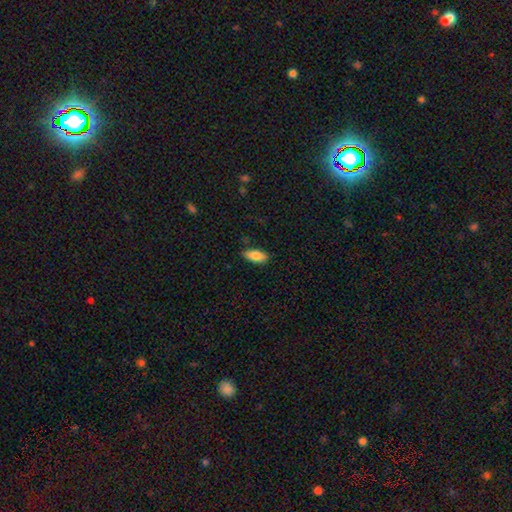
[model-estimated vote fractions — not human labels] smooth_or_featured: smooth (p=0.82) [alt: featured or disk p=0.11]
how_rounded: in between (p=0.88) [alt: cigar-shaped p=0.09]
merging: none (p=0.84) [alt: minor disturbance p=0.12]